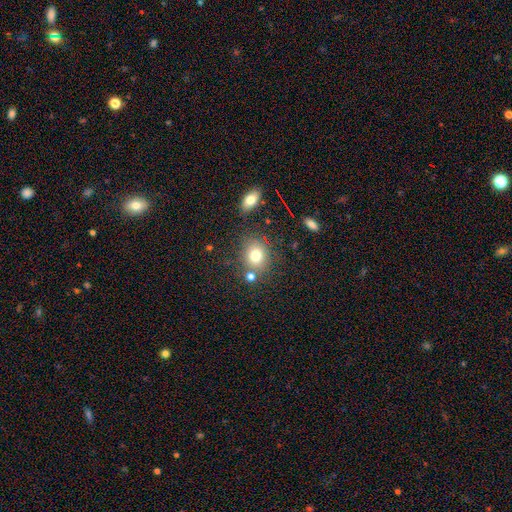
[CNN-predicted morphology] Q: Smooth or featured?
A: smooth (76%); runner-up: star or artifact (13%)
Q: How rounded?
A: round (63%); runner-up: in between (36%)
Q: Merging?
A: none (70%); runner-up: merger (12%)